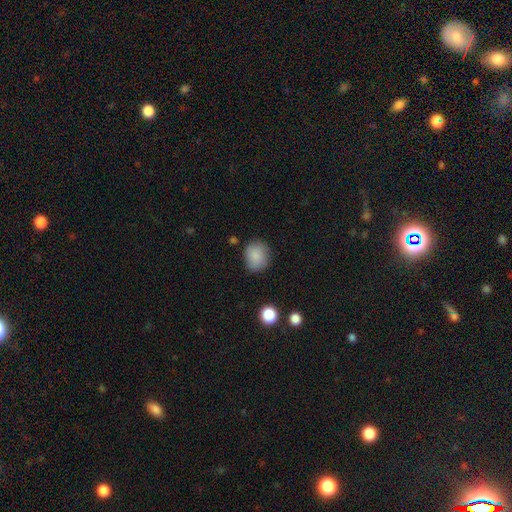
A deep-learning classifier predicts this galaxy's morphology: This appears to be a smooth galaxy with no disk features (85%) that is round (71%). Merging: none (76%).